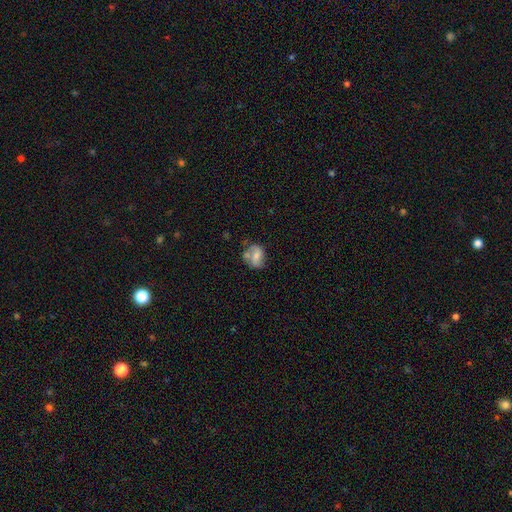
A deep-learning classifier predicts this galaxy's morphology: A smooth galaxy with no disk features (59%) that is in between round and cigar-shaped (59%).

Vote fractions:
- Smooth or featured? smooth: 59% / featured or disk: 32% / star or artifact: 9%
- How rounded? in between: 59% / round: 39% / cigar-shaped: 2%
- Merging? none: 45% / minor disturbance: 25% / merger: 20% / major disturbance: 10%